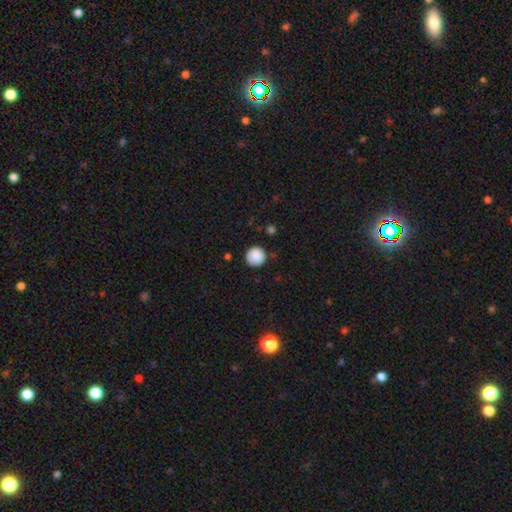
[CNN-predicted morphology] smooth_or_featured: smooth (p=0.88) [alt: star or artifact p=0.08]
how_rounded: round (p=0.94) [alt: in between p=0.05]
merging: none (p=0.85) [alt: minor disturbance p=0.11]